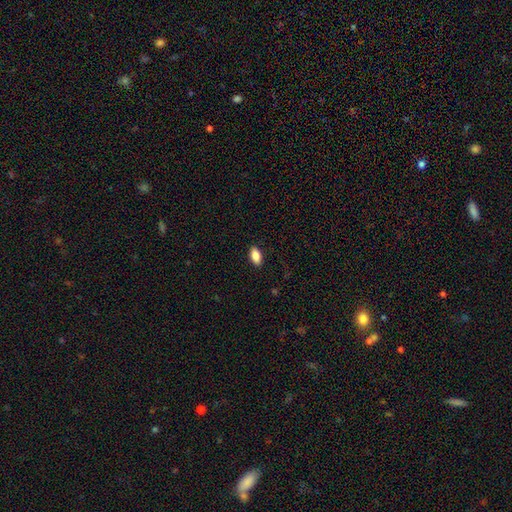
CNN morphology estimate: This is clearly a smooth galaxy (85%). How rounded: clearly in between (91%). Merging: clearly none (89%).